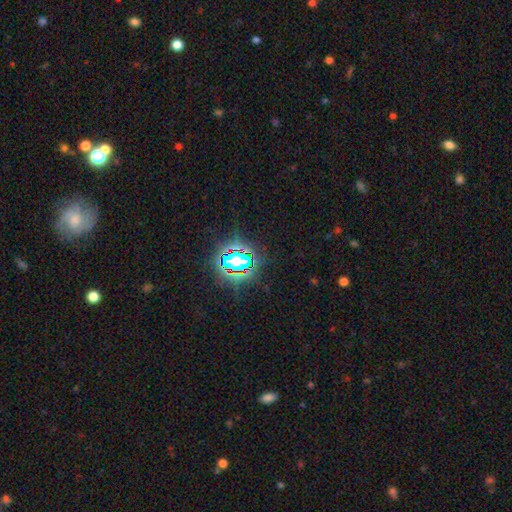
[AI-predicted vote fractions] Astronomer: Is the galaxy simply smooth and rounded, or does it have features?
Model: star or artifact — 79%.